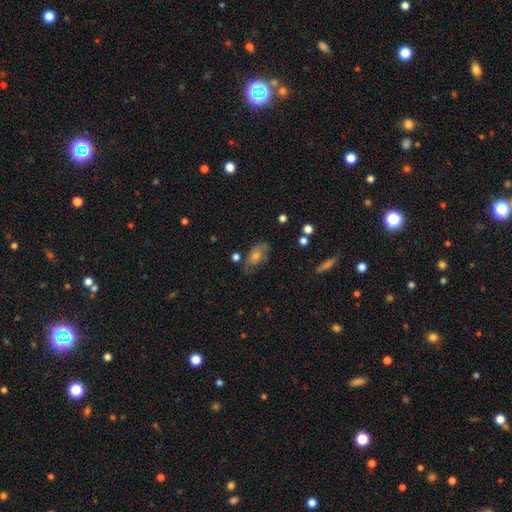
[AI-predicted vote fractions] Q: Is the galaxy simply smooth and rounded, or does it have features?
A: featured or disk — 42%, tied with smooth.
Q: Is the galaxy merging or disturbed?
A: none — 66%.